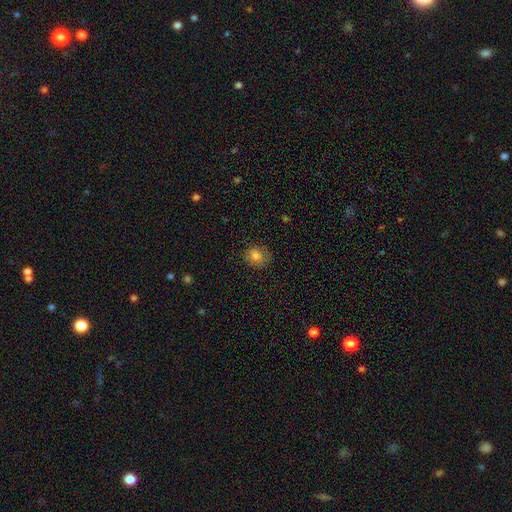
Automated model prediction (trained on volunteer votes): Smooth or featured? smooth (80%)
How rounded? round (69%)
Merging? none (77%)